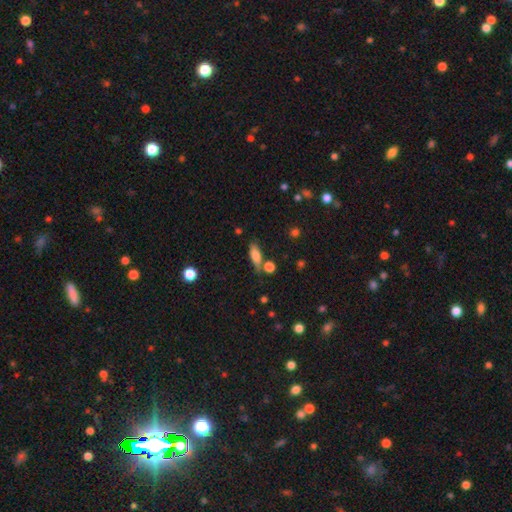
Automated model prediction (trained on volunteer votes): smooth-or-featured: smooth: 75% | featured or disk: 17% | star or artifact: 9%
  how-rounded: in between: 59% | cigar-shaped: 37% | round: 4%
  merging: none: 65% | minor disturbance: 17% | merger: 13% | major disturbance: 5%